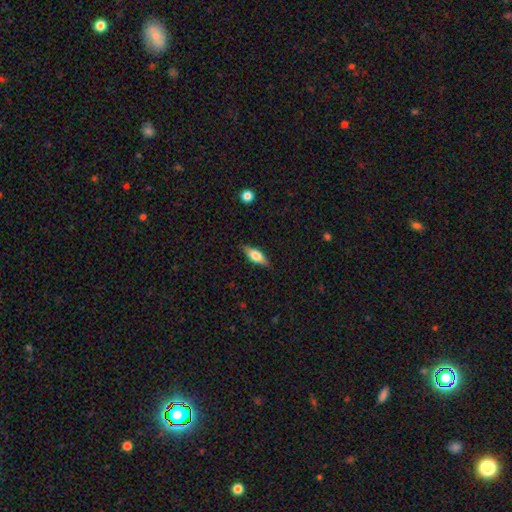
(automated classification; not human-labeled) Smooth or featured? smooth (58%)
How rounded? in between (62%)
Merging? none (86%)